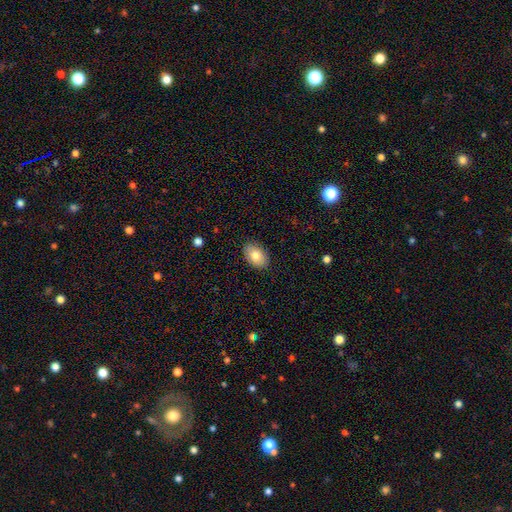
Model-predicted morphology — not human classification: Q: Smooth or featured?
A: smooth (80%); runner-up: featured or disk (12%)
Q: How rounded?
A: in between (89%); runner-up: round (10%)
Q: Merging?
A: none (88%); runner-up: minor disturbance (9%)